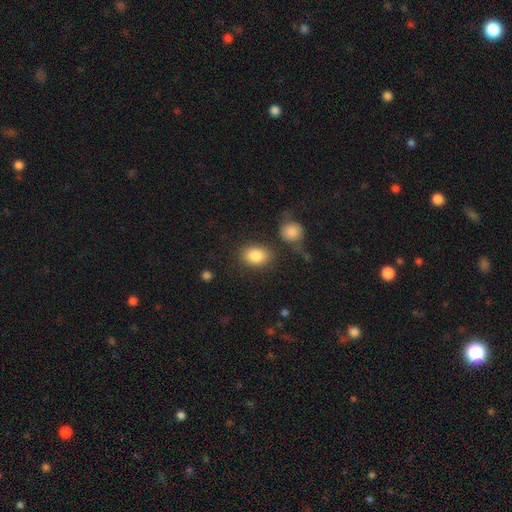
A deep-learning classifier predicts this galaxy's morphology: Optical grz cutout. It shows a smooth galaxy with no disk features (86%) that is in between round and cigar-shaped (72%). Merging: none (75%).